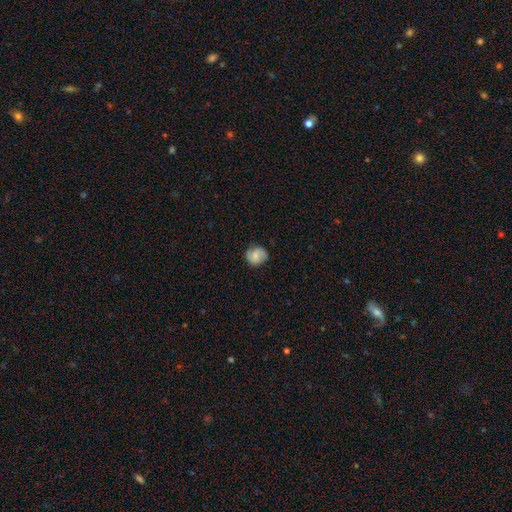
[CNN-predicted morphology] type=smooth (52%); roundness=round (79%); merging=none (79%).